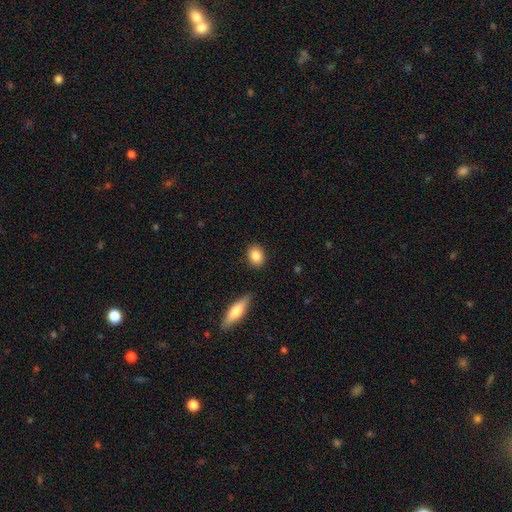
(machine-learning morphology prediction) type=smooth (85%); roundness=in between (57%); merging=none (88%).